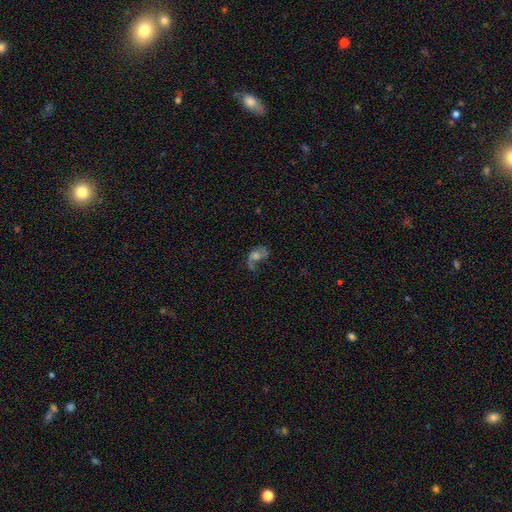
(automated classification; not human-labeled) Smooth or featured? featured or disk (66%)
Edge-on disk? no (96%)
Bar? no (69%)
Spiral arms? yes (83%)
Spiral winding? loose (58%)
Spiral arm count? 2 (60%)
Bulge size? moderate (51%)
Merging? none (45%)